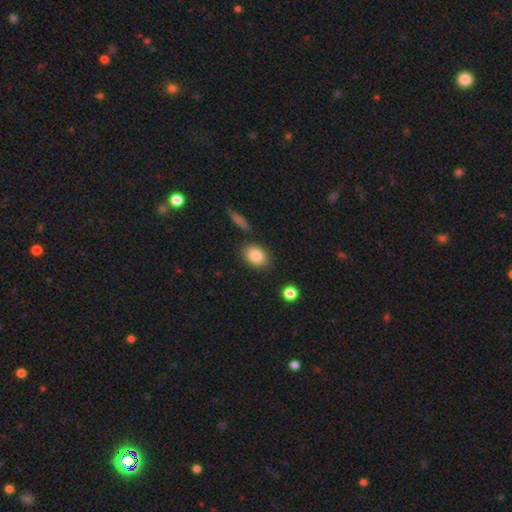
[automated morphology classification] smooth_or_featured: smooth (p=0.84) [alt: star or artifact p=0.08]
how_rounded: in between (p=0.75) [alt: round p=0.24]
merging: none (p=0.82) [alt: minor disturbance p=0.10]